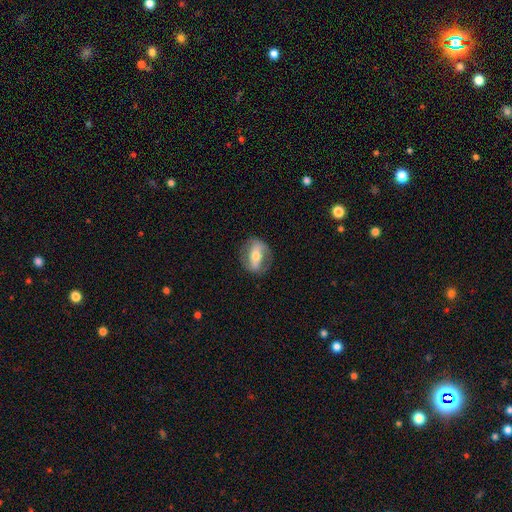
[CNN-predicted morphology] Smooth or featured: featured or disk — 61% (smooth — 33%)
Edge-on disk: no — 84% (yes — 16%)
Bar: strong — 59% (weak — 22%)
Spiral arms: no — 52% (yes — 48%)
Bulge size: moderate — 61% (small — 30%)
Merging: none — 78% (minor disturbance — 14%)